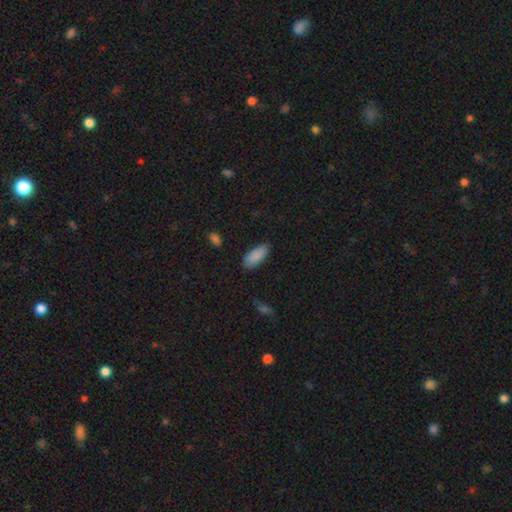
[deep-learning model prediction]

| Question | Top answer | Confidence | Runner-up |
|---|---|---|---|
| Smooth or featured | smooth | 88% | star or artifact (7%) |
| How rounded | in between | 86% | cigar-shaped (12%) |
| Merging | none | 78% | minor disturbance (18%) |